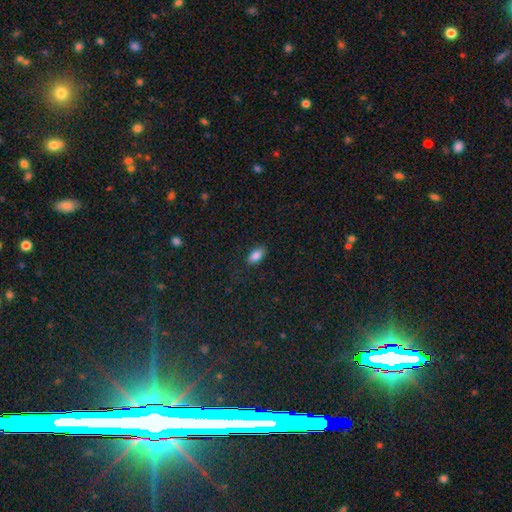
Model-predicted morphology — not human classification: The model was most divided on "merging": none: 83%, minor disturbance: 12%, major disturbance: 3%, merger: 1%. More confident: how rounded — in between (91%); smooth or featured — smooth (85%).